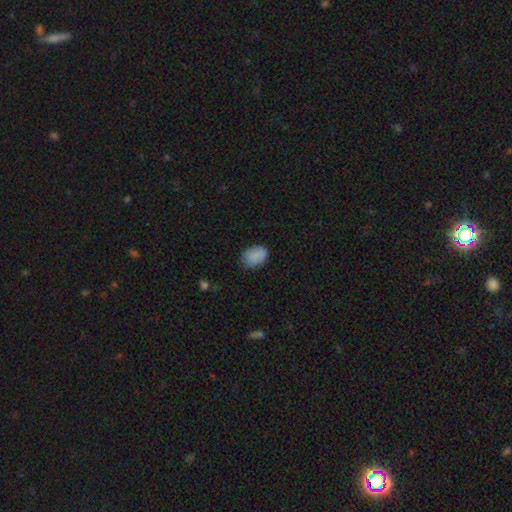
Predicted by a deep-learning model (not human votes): smooth 85%, star or artifact 9%, featured or disk 6%. Down the decision tree: how rounded — in between (77%); merging — none (72%).